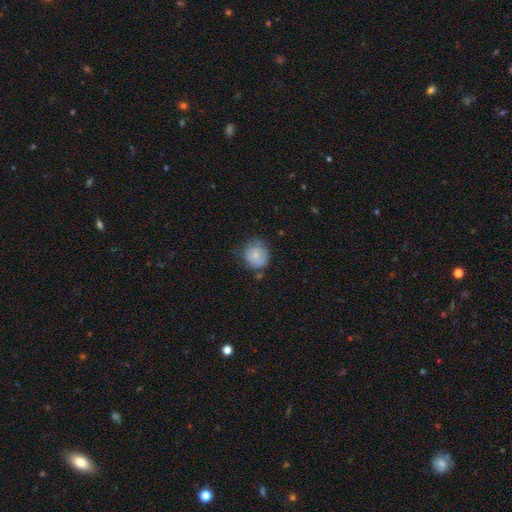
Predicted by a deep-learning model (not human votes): Q: Smooth or featured?
A: smooth (70%); runner-up: featured or disk (22%)
Q: How rounded?
A: round (82%); runner-up: in between (17%)
Q: Merging?
A: none (59%); runner-up: minor disturbance (29%)